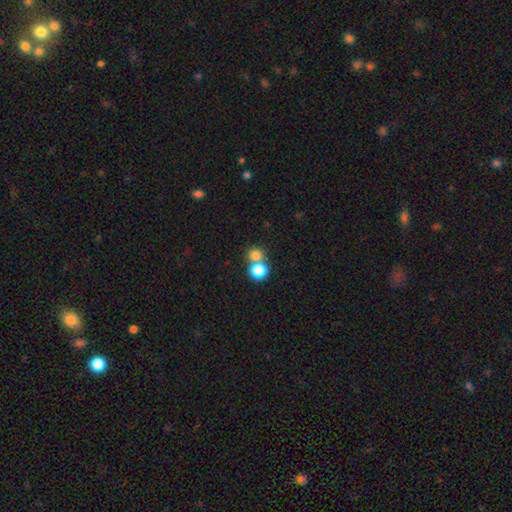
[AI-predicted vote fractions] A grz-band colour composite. It shows a smooth galaxy with no disk features (80%) that is round (80%). Merging: merger (48%).